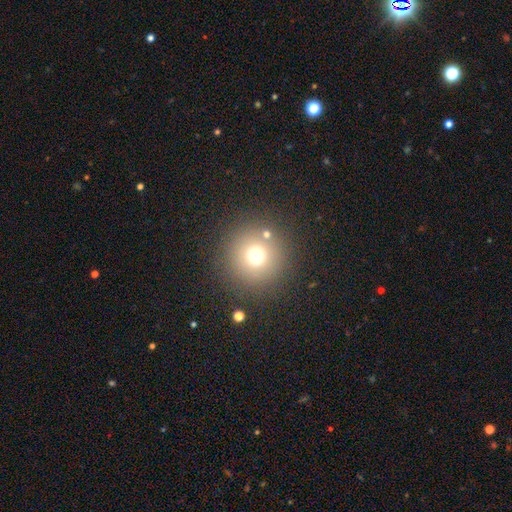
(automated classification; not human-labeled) The model was most divided on "smooth or featured": smooth: 70%, star or artifact: 19%, featured or disk: 11%. More confident: how rounded — round (96%); merging — none (84%).